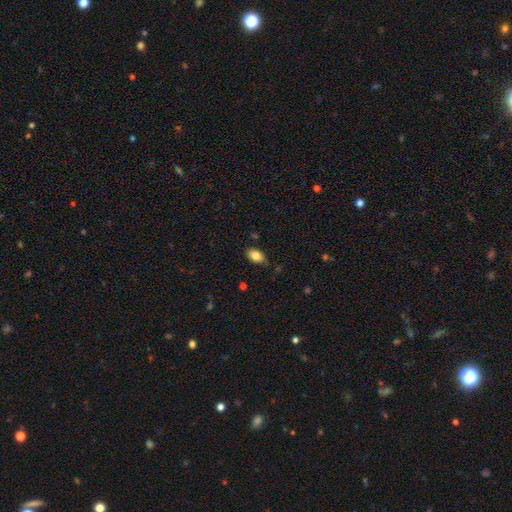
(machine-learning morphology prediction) Smooth or featured?
  - smooth: 84% *
  - featured or disk: 8%
  - star or artifact: 8%
How rounded?
  - in between: 92% *
  - round: 6%
  - cigar-shaped: 2%
Merging?
  - none: 82% *
  - minor disturbance: 14%
  - major disturbance: 3%
  - merger: 2%